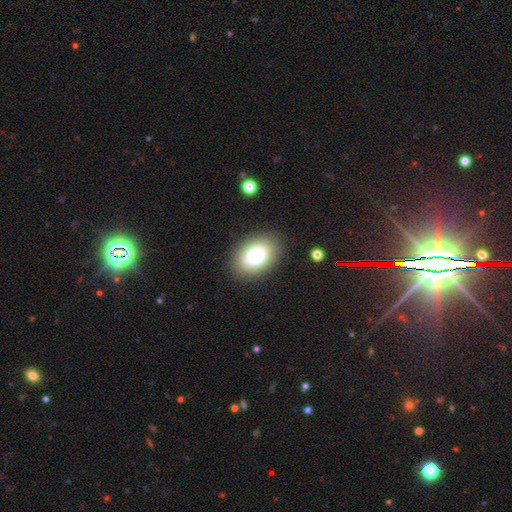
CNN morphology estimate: The model was most divided on "smooth or featured": smooth: 77%, featured or disk: 14%, star or artifact: 8%. More confident: merging — none (86%); how rounded — in between (83%).